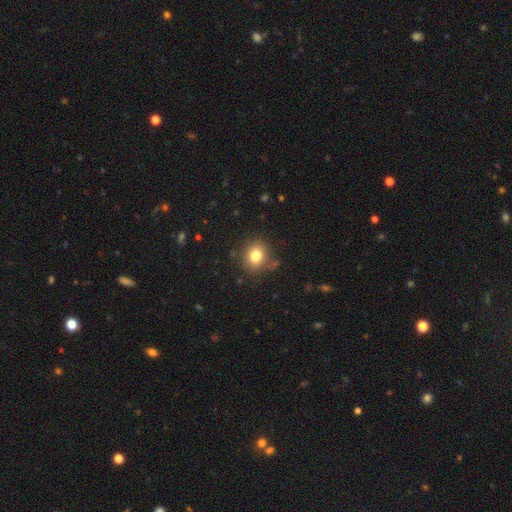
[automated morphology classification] smooth 80%, star or artifact 12%, featured or disk 8%. Down the decision tree: how rounded — round (69%); merging — none (81%).